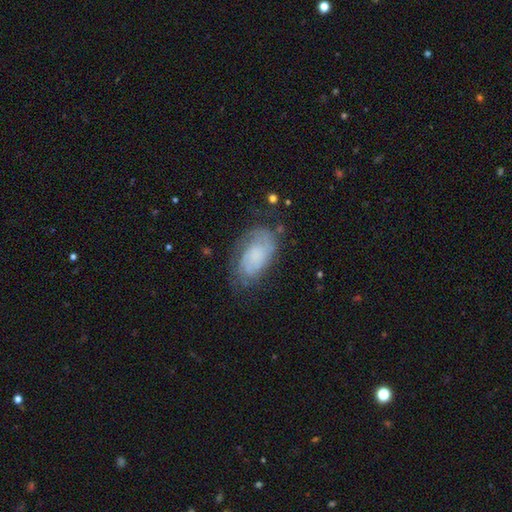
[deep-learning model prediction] Smooth or featured? featured or disk (56%)
Edge-on disk? no (96%)
Bar? no (78%)
Spiral arms? yes (78%)
Bulge size? none (46%)
Merging? none (58%)